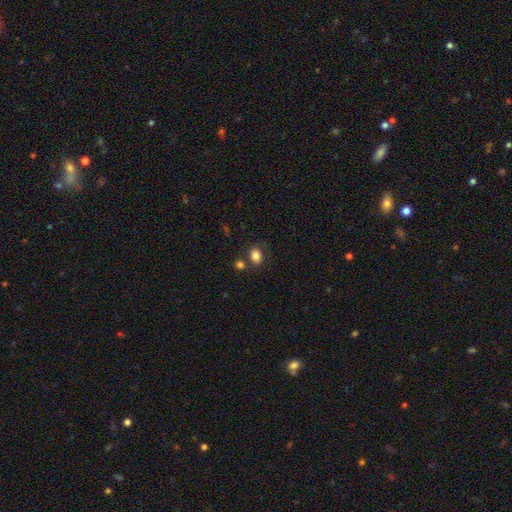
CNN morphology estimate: Smooth or featured? Predicted: smooth (p=0.84). How rounded? Predicted: in between (p=0.61). Merging? Predicted: none (p=0.70).